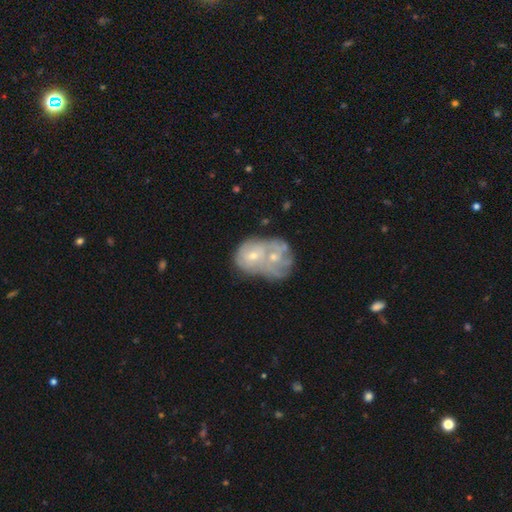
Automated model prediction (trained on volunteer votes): This appears to be a featured or disk galaxy (61%) with no bar (82%), spiral arms (51%) and a small central bulge (54%). Merging: merger (72%).